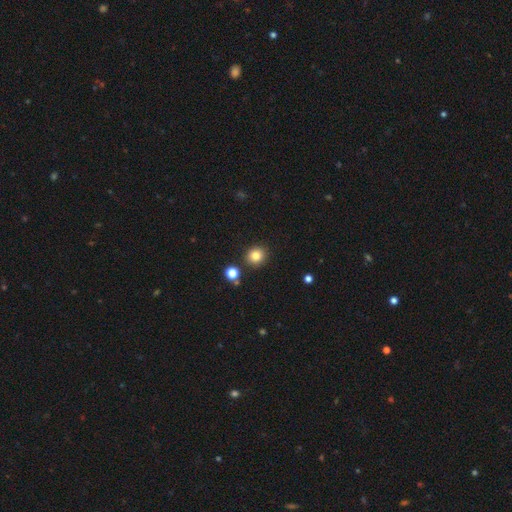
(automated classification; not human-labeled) Overall: smooth (82%). How rounded: round (87%). Merging: none (88%).